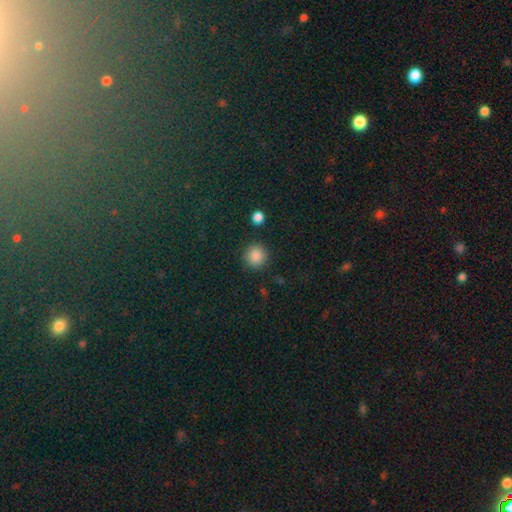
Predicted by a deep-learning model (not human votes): smooth 86%, star or artifact 10%, featured or disk 4%. Down the decision tree: how rounded — round (93%); merging — none (88%).